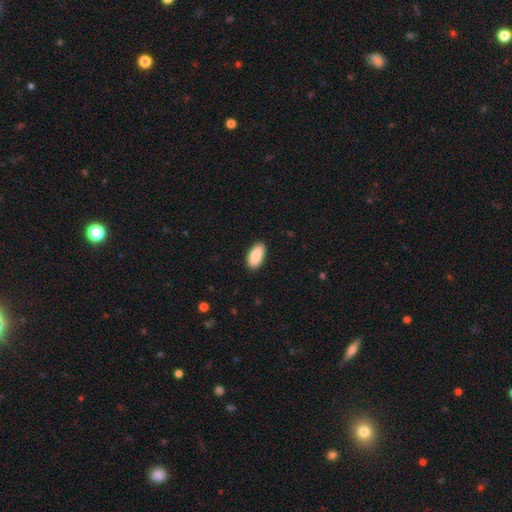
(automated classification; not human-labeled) smooth-or-featured: smooth: 91% | star or artifact: 6% | featured or disk: 4%
  how-rounded: in between: 94% | cigar-shaped: 4% | round: 2%
  merging: none: 89% | minor disturbance: 8% | major disturbance: 2% | merger: 1%